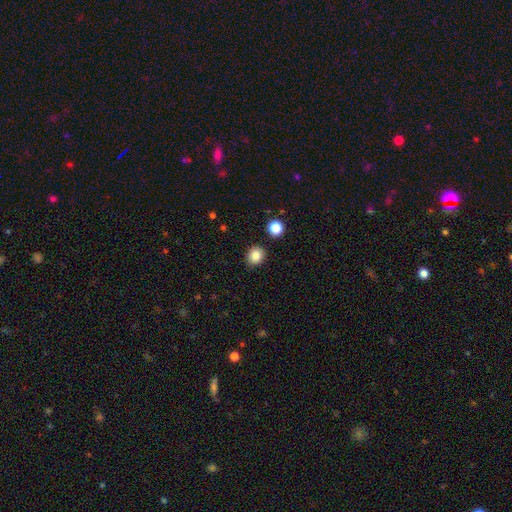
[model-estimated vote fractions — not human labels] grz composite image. It shows a smooth galaxy with no disk features (85%) that is round (74%). Merging: none (87%).